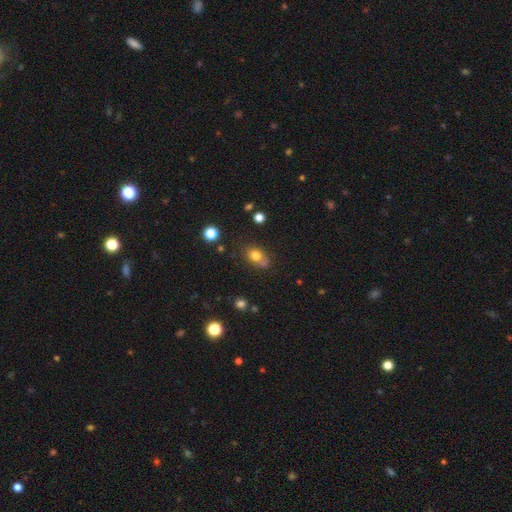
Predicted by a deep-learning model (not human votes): Morphology: type=smooth (77%); roundness=round (50%); merging=none (55%).